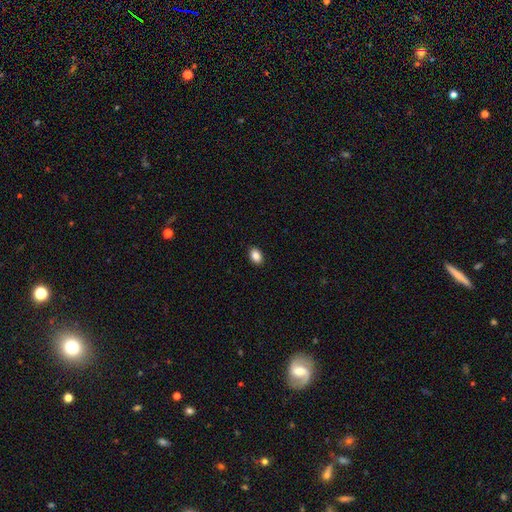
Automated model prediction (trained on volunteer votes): Smooth or featured? Predicted: smooth (p=0.87). How rounded? Predicted: in between (p=0.82). Merging? Predicted: none (p=0.91).